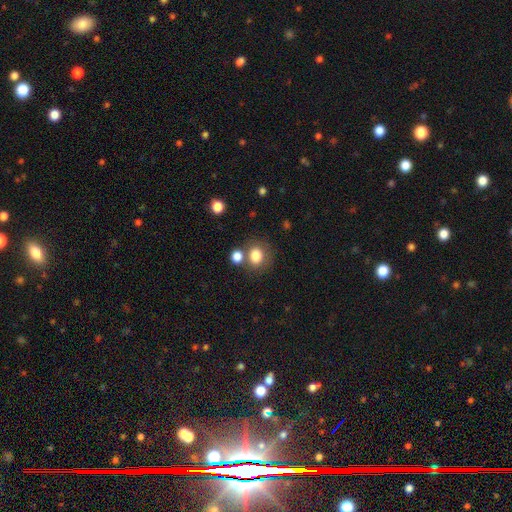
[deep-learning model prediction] Q: Smooth or featured?
A: smooth (82%); runner-up: star or artifact (11%)
Q: How rounded?
A: round (73%); runner-up: in between (26%)
Q: Merging?
A: none (63%); runner-up: merger (20%)